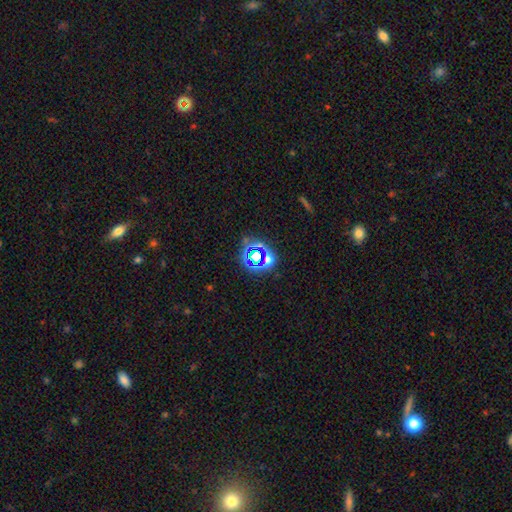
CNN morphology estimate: Smooth or featured? star or artifact (65%)